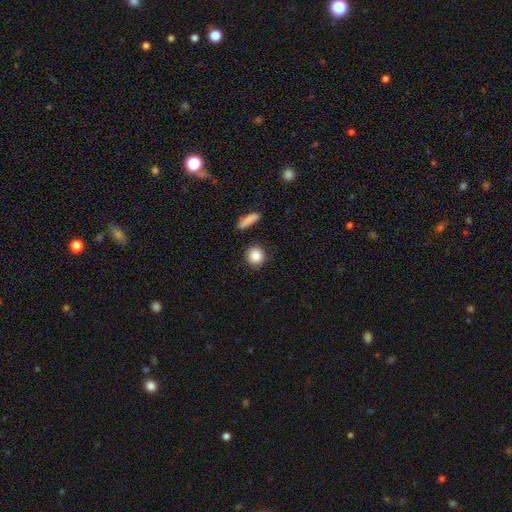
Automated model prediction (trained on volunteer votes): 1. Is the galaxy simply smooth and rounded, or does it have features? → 87% smooth, 8% star or artifact, 5% featured or disk.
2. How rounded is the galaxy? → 85% round, 13% in between, 2% cigar-shaped.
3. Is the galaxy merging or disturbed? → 85% none, 9% minor disturbance, 4% merger, 3% major disturbance.